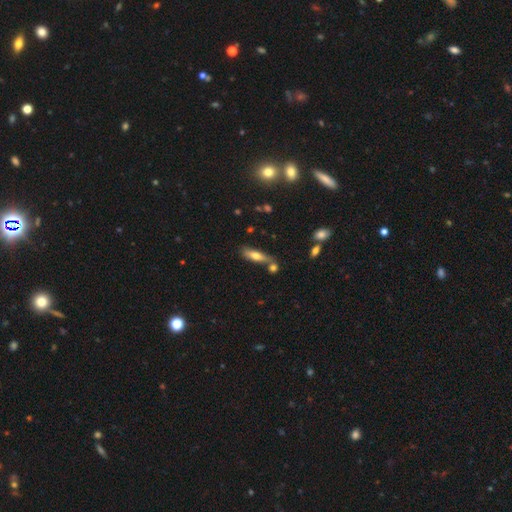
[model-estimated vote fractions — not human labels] This is likely a smooth galaxy (61%). How rounded: likely cigar-shaped (61%). Merging: likely none (64%).